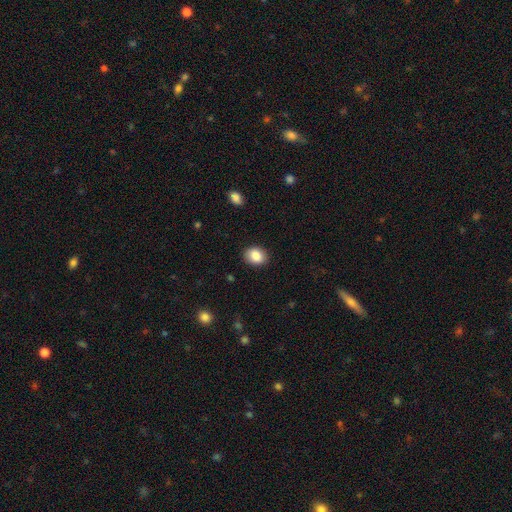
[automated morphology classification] Smooth or featured? Predicted: smooth (p=0.87). How rounded? Predicted: in between (p=0.61). Merging? Predicted: none (p=0.87).